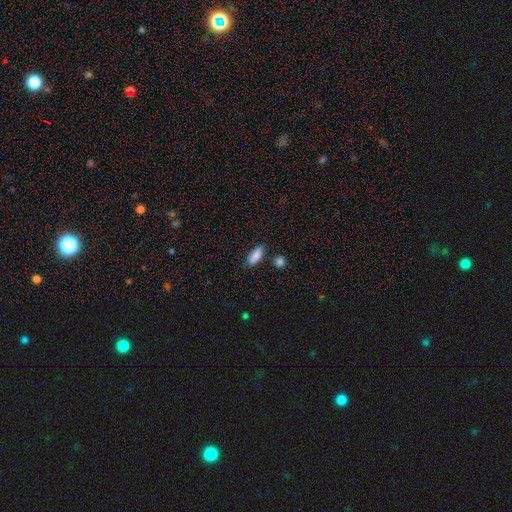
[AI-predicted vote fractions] This appears to be a smooth galaxy with no disk features (84%) that is in between round and cigar-shaped (64%). Merging: none (80%).